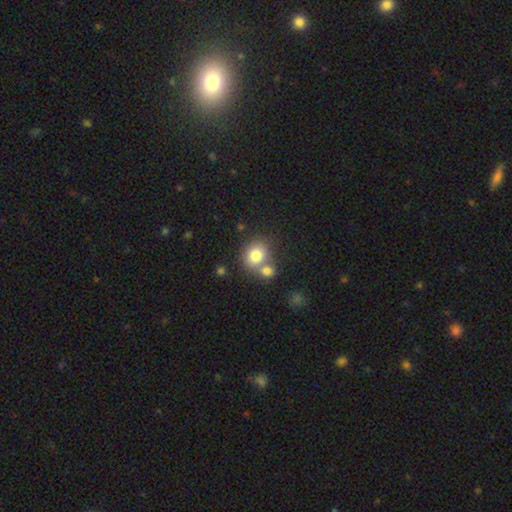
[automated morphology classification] Smooth or featured? smooth (78%)
How rounded? round (71%)
Merging? none (46%)